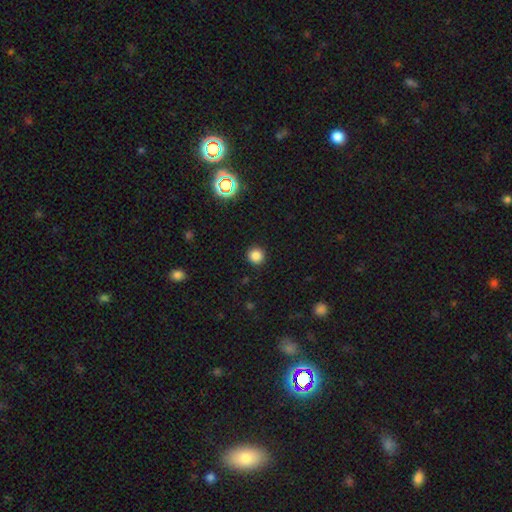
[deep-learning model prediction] Smooth or featured? smooth (84%)
How rounded? round (95%)
Merging? none (92%)